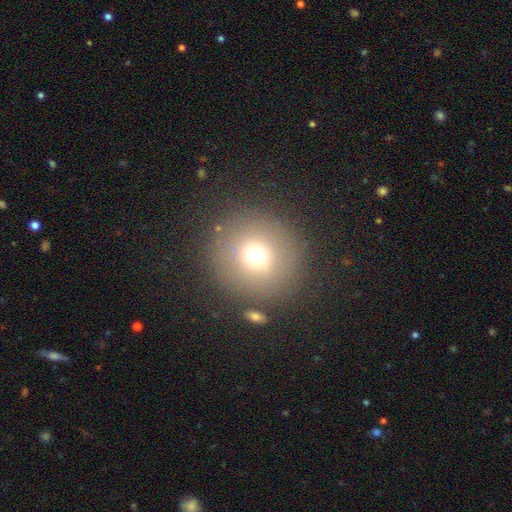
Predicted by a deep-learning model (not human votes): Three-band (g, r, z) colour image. It shows a smooth galaxy with no disk features (70%) that is round (94%). Merging: none (84%).